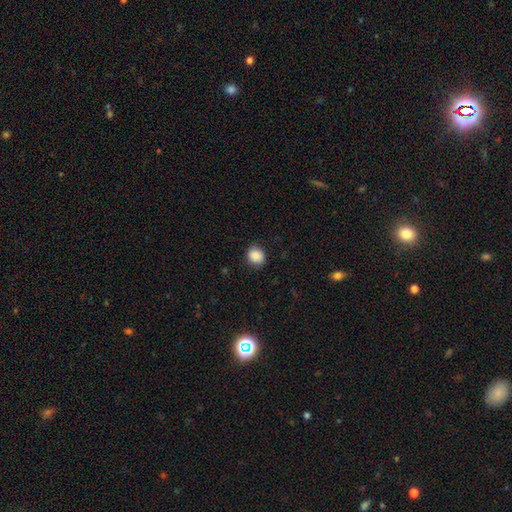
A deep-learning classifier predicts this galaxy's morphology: Smooth or featured?
  - smooth: 87% *
  - star or artifact: 9%
  - featured or disk: 4%
How rounded?
  - round: 73% *
  - in between: 26%
  - cigar-shaped: 1%
Merging?
  - none: 86% *
  - minor disturbance: 10%
  - major disturbance: 3%
  - merger: 1%